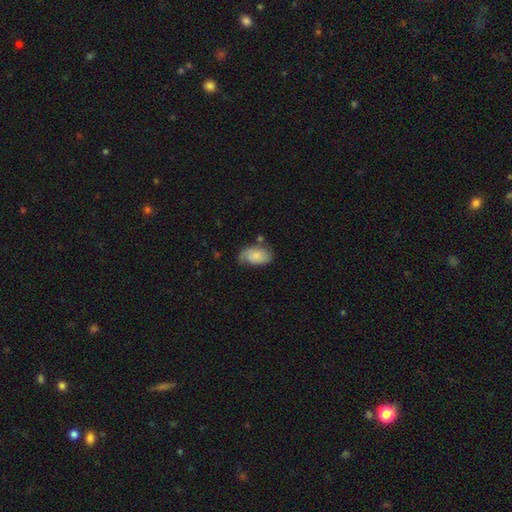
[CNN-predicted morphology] smooth 64%, featured or disk 29%, star or artifact 7%. Down the decision tree: how rounded — in between (91%); merging — none (47%).